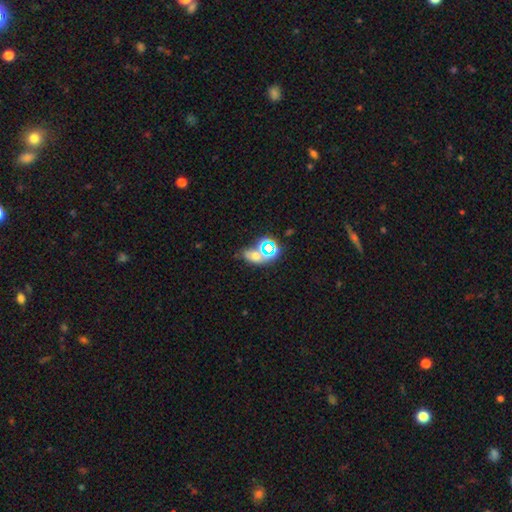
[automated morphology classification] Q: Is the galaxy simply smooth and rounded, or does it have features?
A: star or artifact — 42%.